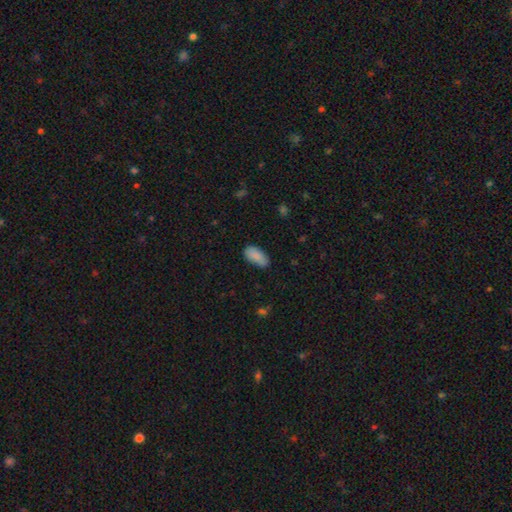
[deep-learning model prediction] Smooth or featured: smooth — 88% (star or artifact — 7%)
How rounded: in between — 91% (cigar-shaped — 6%)
Merging: none — 76% (minor disturbance — 19%)